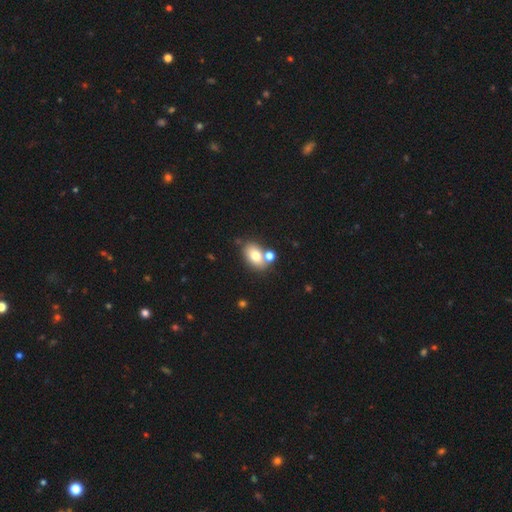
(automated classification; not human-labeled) Overall: smooth (77%). How rounded: in between (84%). Merging: none (58%; merger 26%).